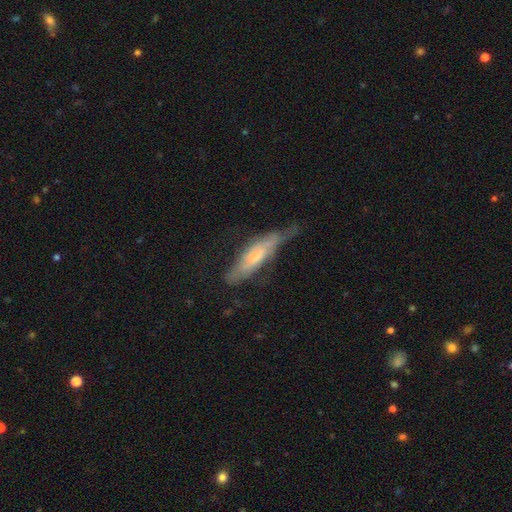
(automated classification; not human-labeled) featured or disk 53%, smooth 40%, star or artifact 7%. Down the decision tree: edge-on disk — yes (59%); merging — none (39%).